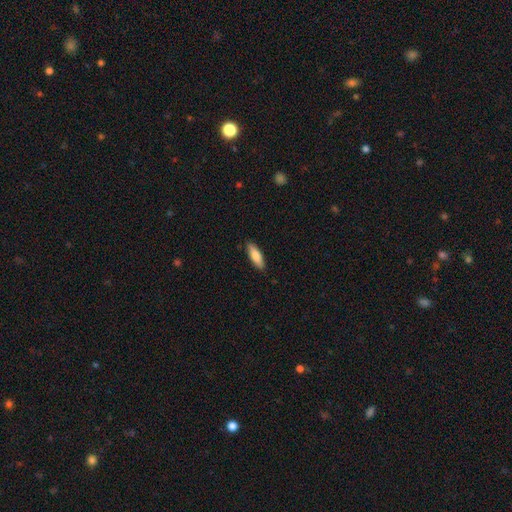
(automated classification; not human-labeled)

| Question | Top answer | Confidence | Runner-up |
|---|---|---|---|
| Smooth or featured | smooth | 81% | featured or disk (13%) |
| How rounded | in between | 51% | cigar-shaped (47%) |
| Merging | none | 88% | minor disturbance (9%) |